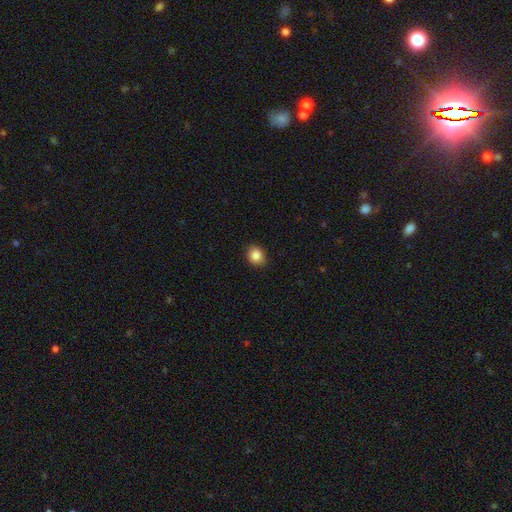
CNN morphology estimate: Smooth or featured?
  - smooth: 87% *
  - star or artifact: 9%
  - featured or disk: 4%
How rounded?
  - round: 63% *
  - in between: 36%
  - cigar-shaped: 1%
Merging?
  - none: 87% *
  - minor disturbance: 10%
  - major disturbance: 2%
  - merger: 1%